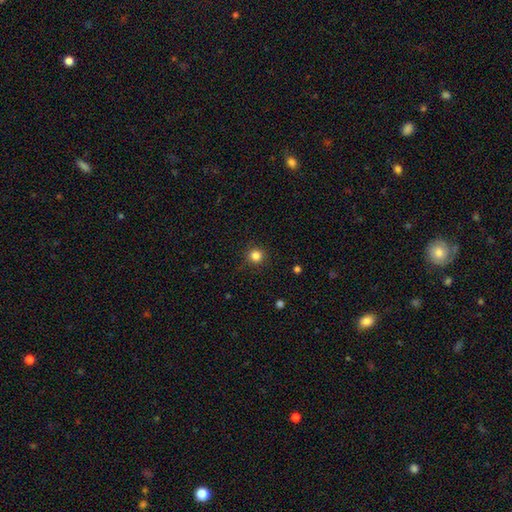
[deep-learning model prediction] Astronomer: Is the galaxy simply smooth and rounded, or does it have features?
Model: smooth — 84%.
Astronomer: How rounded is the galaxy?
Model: round — 94%.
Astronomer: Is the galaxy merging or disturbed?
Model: none — 90%.